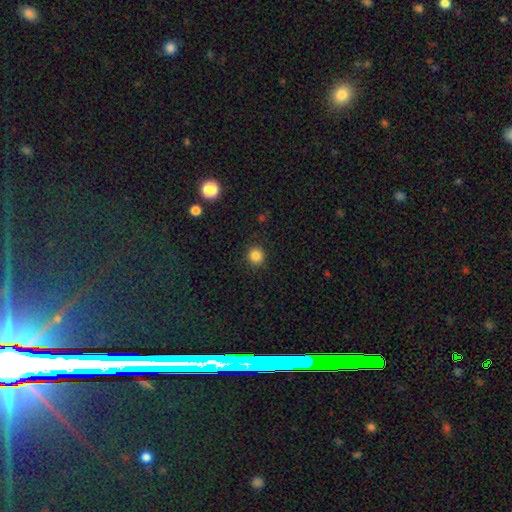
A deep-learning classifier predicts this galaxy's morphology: Smooth or featured? Predicted: smooth (p=0.85). How rounded? Predicted: round (p=0.93). Merging? Predicted: none (p=0.91).